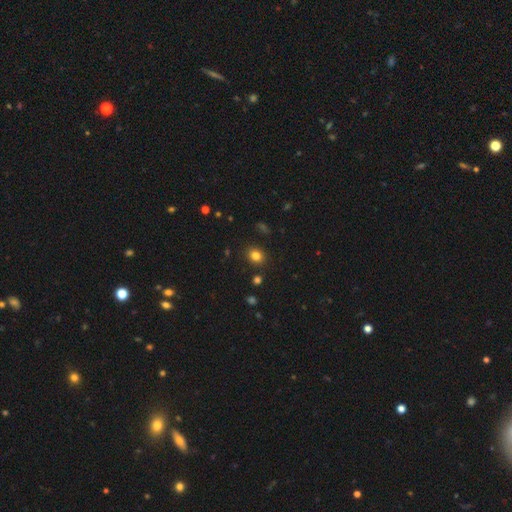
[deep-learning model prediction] Morphology: type=smooth (81%); roundness=round (66%); merging=none (88%).